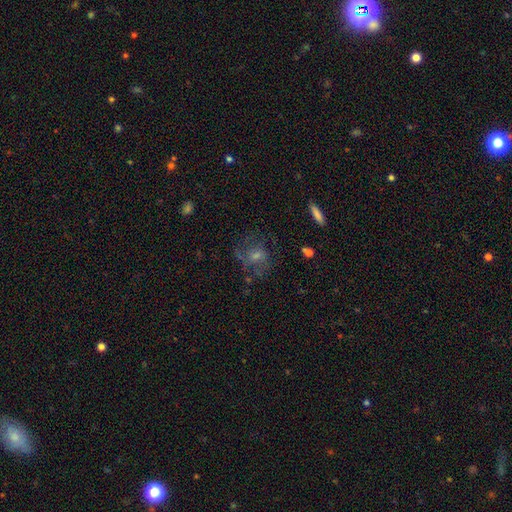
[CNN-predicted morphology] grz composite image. It shows a featured or disk galaxy (57%) with no bar (60%), spiral arms (71%) and a small central bulge (44%). Merging: none (62%).